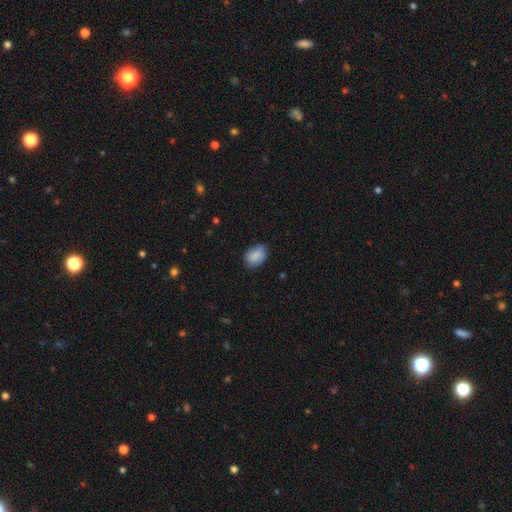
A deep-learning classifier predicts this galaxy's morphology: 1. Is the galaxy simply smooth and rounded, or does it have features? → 87% smooth, 7% star or artifact, 6% featured or disk.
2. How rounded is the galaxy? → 80% in between, 19% round, 1% cigar-shaped.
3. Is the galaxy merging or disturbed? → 77% none, 19% minor disturbance, 3% major disturbance, 1% merger.